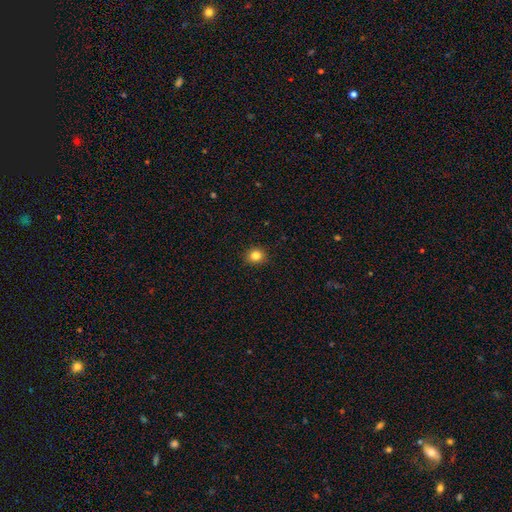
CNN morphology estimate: This appears to be a smooth galaxy with no disk features (82%) that is round (80%). Merging: none (90%).